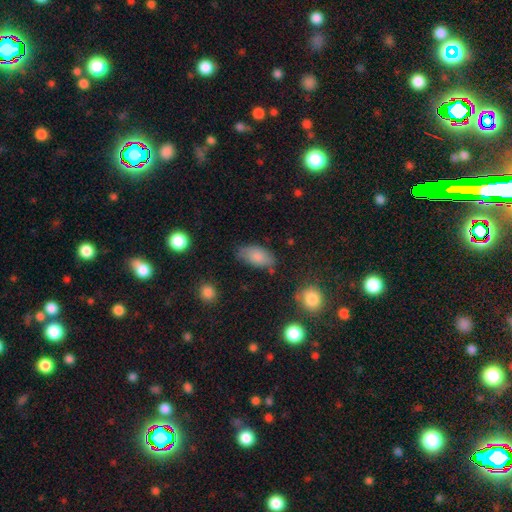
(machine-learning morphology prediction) This appears to be a smooth galaxy with no disk features (80%) that is in between round and cigar-shaped (91%). Merging: none (69%).